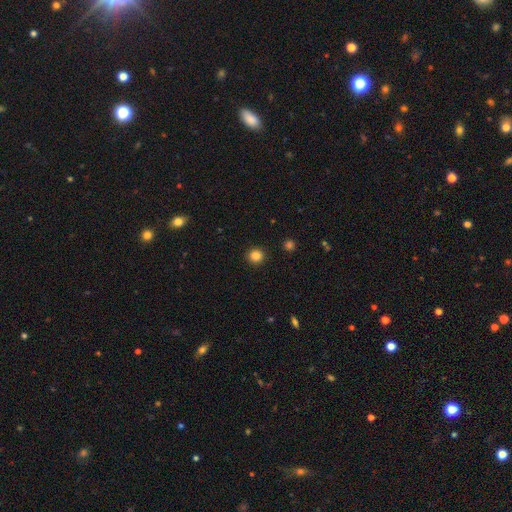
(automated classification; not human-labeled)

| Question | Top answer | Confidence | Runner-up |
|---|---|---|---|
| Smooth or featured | smooth | 84% | star or artifact (12%) |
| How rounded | round | 93% | in between (6%) |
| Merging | none | 93% | minor disturbance (5%) |